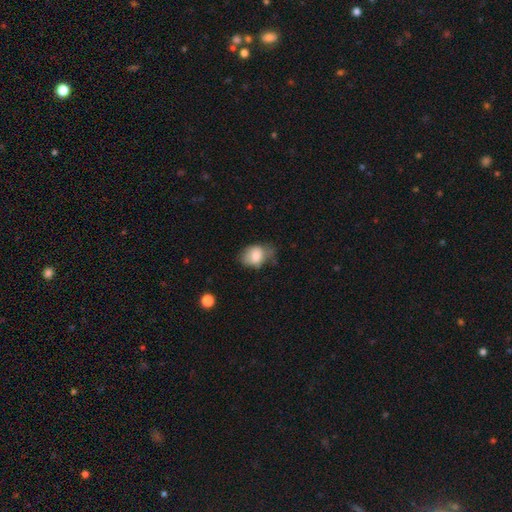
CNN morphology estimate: Overall: smooth (79%). How rounded: in between (68%; round 31%). Merging: none (41%; minor disturbance 39%).